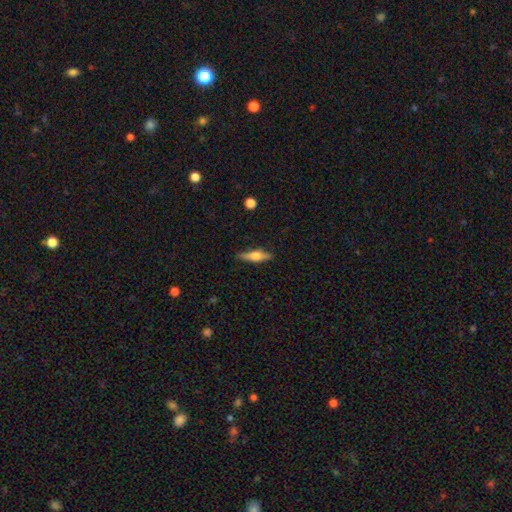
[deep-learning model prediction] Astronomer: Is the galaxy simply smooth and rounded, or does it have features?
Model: featured or disk — 53% (runner-up: smooth, 41%).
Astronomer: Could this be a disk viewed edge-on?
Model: yes — 94%.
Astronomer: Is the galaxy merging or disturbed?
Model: none — 87%.